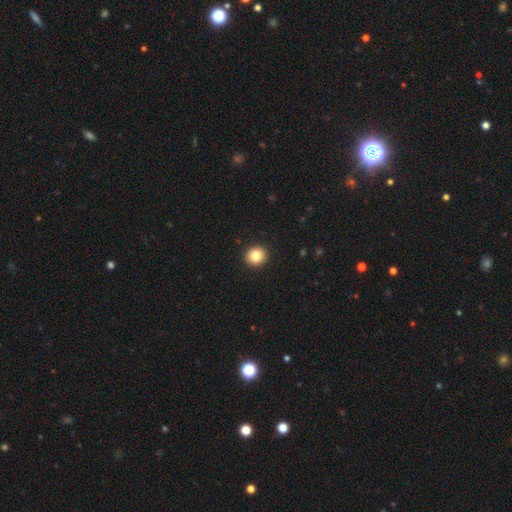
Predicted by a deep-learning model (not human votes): Overall: smooth (85%). How rounded: round (89%). Merging: none (93%).